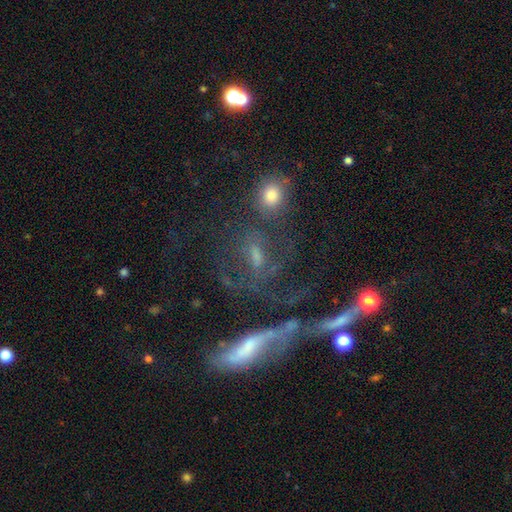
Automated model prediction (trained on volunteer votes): Smooth or featured?
  - featured or disk: 44% *
  - smooth: 32%
  - star or artifact: 25%
Merging?
  - none: 45% *
  - major disturbance: 21%
  - merger: 18%
  - minor disturbance: 16%